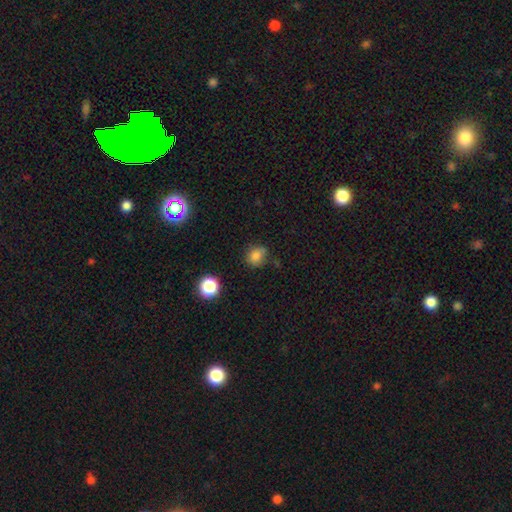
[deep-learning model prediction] Morphology: type=smooth (81%); roundness=round (65%); merging=none (72%).